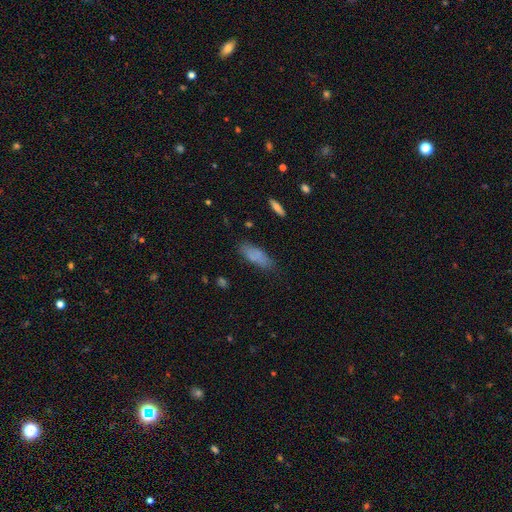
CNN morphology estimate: A smooth galaxy with no disk features (77%) that is in between round and cigar-shaped (69%).

Vote fractions:
- Smooth or featured? smooth: 77% / featured or disk: 14% / star or artifact: 9%
- How rounded? in between: 69% / cigar-shaped: 29% / round: 2%
- Merging? none: 72% / minor disturbance: 21% / major disturbance: 5% / merger: 2%